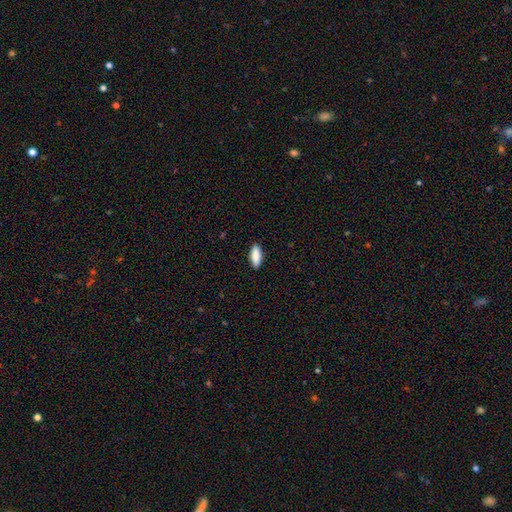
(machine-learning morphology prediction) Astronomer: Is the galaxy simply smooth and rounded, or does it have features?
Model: smooth — 88%.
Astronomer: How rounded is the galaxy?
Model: in between — 70%.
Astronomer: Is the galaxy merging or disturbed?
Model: none — 89%.